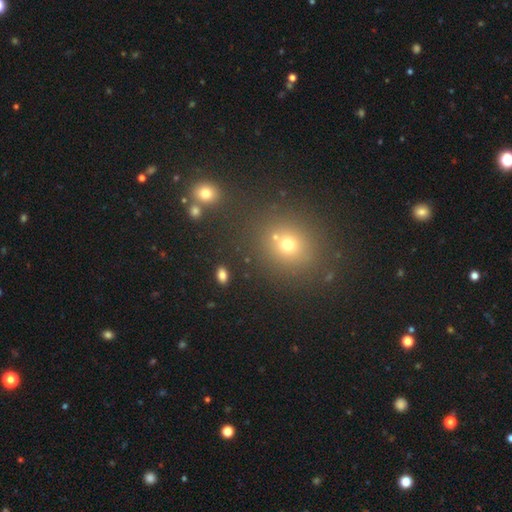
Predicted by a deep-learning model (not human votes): Q: Smooth or featured?
A: smooth (52%); runner-up: star or artifact (40%)
Q: How rounded?
A: round (70%); runner-up: in between (28%)
Q: Merging?
A: none (86%); runner-up: minor disturbance (7%)